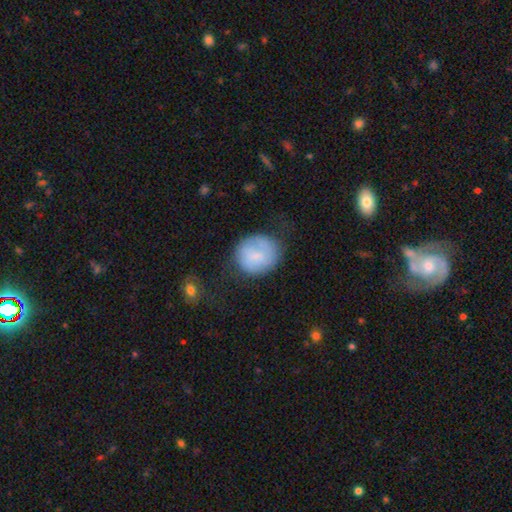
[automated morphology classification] smooth 72%, featured or disk 21%, star or artifact 7%. Down the decision tree: how rounded — round (81%); merging — none (60%).